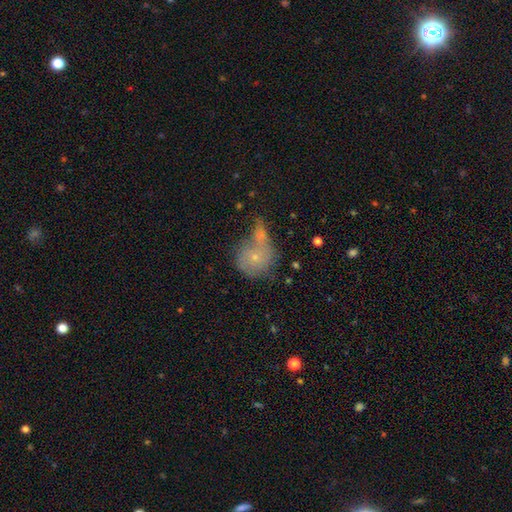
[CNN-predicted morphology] The model was most divided on "merging": merger: 44%, none: 35%, minor disturbance: 13%, major disturbance: 7%. More confident: how rounded — round (81%); smooth or featured — smooth (54%).